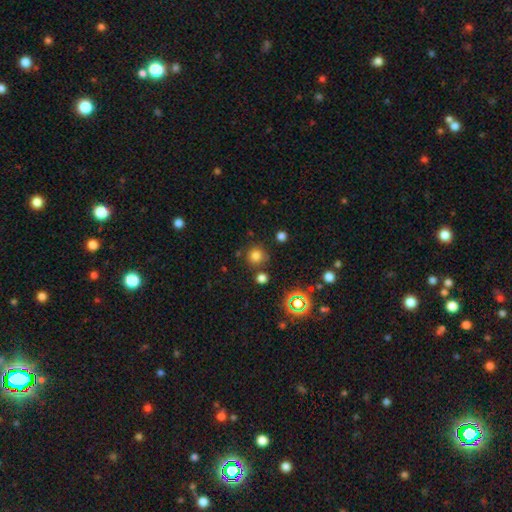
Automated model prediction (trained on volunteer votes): Smooth or featured? Predicted: smooth (p=0.75). How rounded? Predicted: round (p=0.91). Merging? Predicted: none (p=0.78).